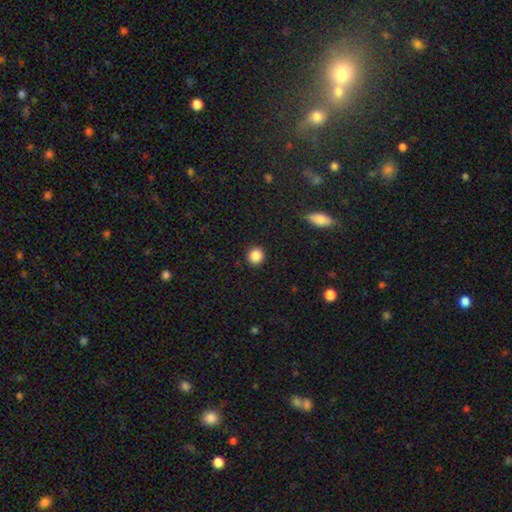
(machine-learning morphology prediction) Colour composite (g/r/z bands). It shows a smooth galaxy with no disk features (88%) that is round (90%). Merging: none (91%).